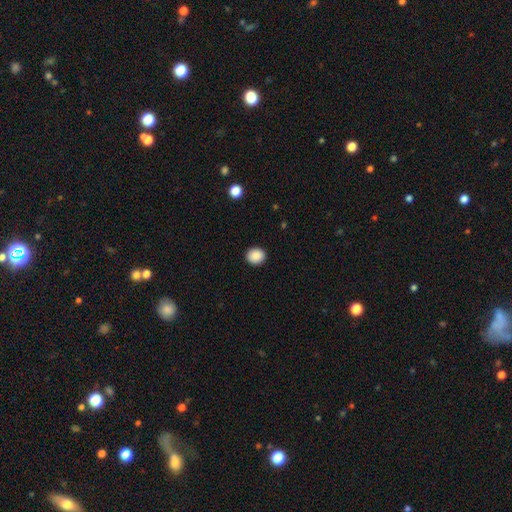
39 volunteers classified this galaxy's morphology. Smooth or featured?
  - smooth: 95% *
  - featured or disk: 3%
  - star or artifact: 3%
How rounded?
  - round: 84% *
  - in between: 16%
  - cigar-shaped: 0%
Merging?
  - none: 89% *
  - minor disturbance: 5%
  - major disturbance: 3%
  - merger: 3%